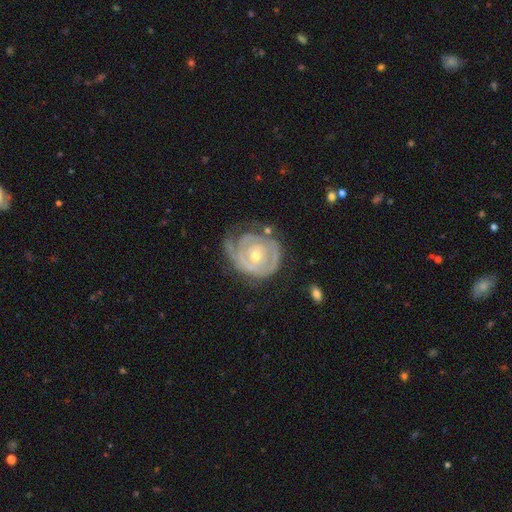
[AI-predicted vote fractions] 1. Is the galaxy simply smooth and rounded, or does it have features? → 84% featured or disk, 11% smooth, 5% star or artifact.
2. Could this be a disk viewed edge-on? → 97% no, 3% yes.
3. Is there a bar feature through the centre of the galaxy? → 76% no, 19% weak, 5% strong.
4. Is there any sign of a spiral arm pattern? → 89% yes, 11% no.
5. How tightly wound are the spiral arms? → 78% tight, 16% medium, 5% loose.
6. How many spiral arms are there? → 34% can't tell, 29% 2, 15% 3, 14% 1, 5% 4, 4% more than 4.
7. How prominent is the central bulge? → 53% small, 44% moderate, 1% large, 1% none, 1% dominant.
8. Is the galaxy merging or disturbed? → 56% none, 25% minor disturbance, 16% major disturbance, 3% merger.